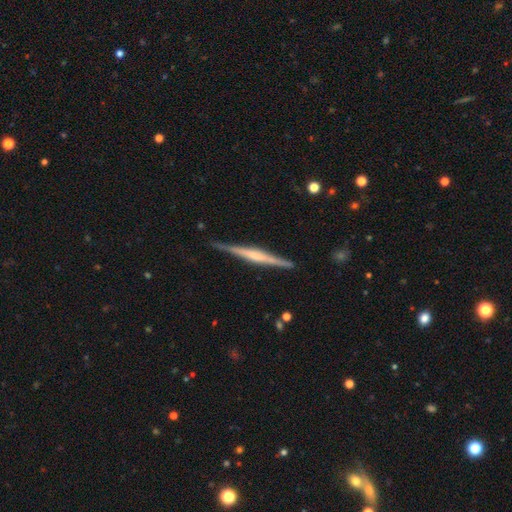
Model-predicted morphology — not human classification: This is likely a featured or disk galaxy (74%). It is clearly viewed edge-on (98%). Edge-on bulge: marginally rounded (39%). Merging: clearly none (87%).